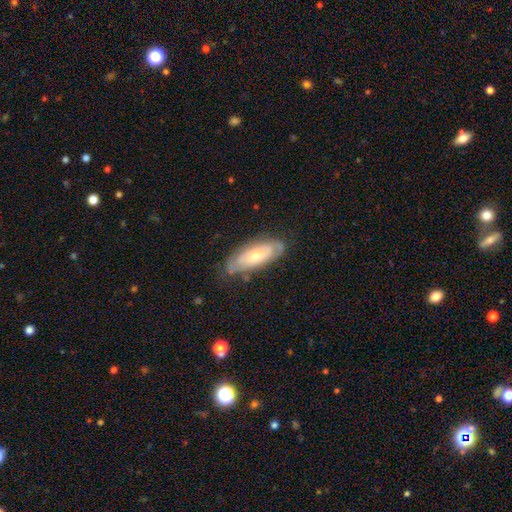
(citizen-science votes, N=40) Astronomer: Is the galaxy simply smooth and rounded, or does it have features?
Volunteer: featured or disk — 72%.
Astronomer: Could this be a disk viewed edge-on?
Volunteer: no — 76%.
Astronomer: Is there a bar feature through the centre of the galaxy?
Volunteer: no — 77%.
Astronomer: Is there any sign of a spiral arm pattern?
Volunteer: no — 55% (runner-up: yes, 45%).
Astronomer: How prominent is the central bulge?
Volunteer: small — 59% (runner-up: moderate, 41%).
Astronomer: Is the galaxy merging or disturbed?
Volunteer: none — 62%.